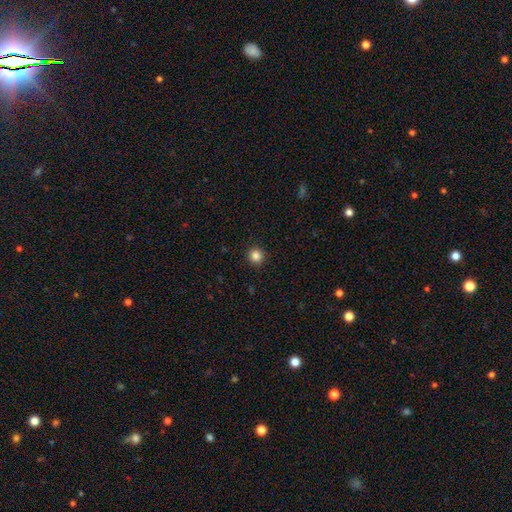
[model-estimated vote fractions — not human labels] Smooth or featured: smooth — 85% (star or artifact — 12%)
How rounded: round — 95% (in between — 4%)
Merging: none — 92% (minor disturbance — 5%)